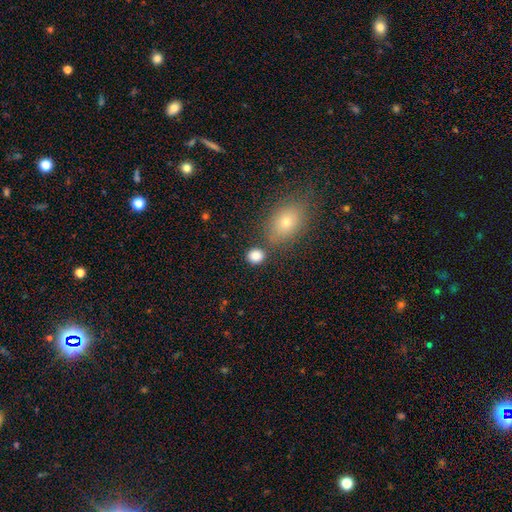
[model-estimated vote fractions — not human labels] Smooth or featured? smooth (85%)
How rounded? round (75%)
Merging? none (77%)